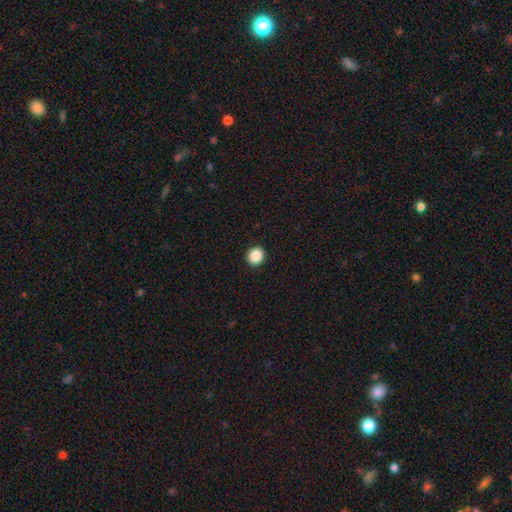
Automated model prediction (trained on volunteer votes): This is clearly a smooth galaxy (89%). How rounded: clearly round (83%). Merging: clearly none (93%).